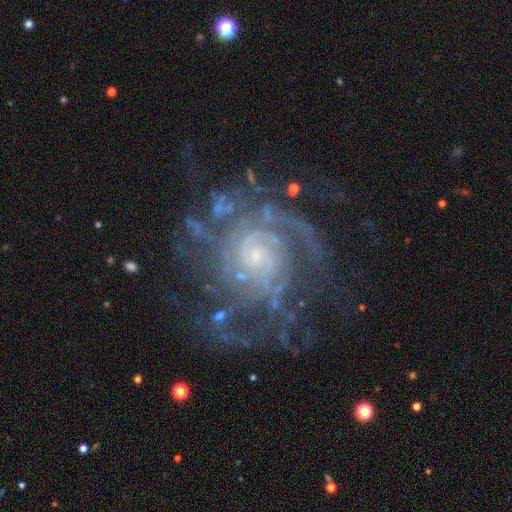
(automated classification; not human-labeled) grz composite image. It shows a featured or disk galaxy (89%) with no bar (69%), tight (67%) spiral arms (97%) and a small central bulge (73%). Merging: none (67%).